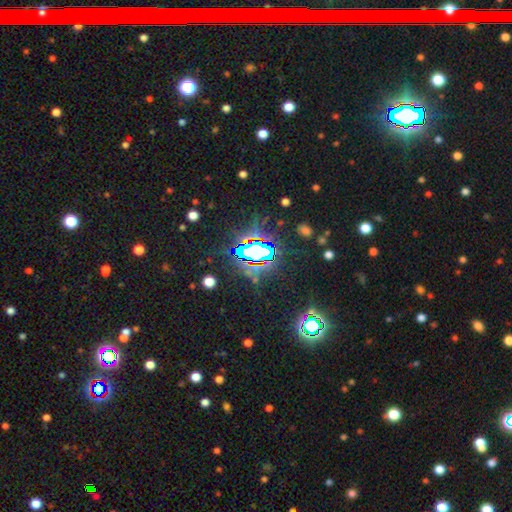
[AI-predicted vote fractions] The model was most divided on "smooth or featured": star or artifact: 74%, smooth: 14%, featured or disk: 11%.